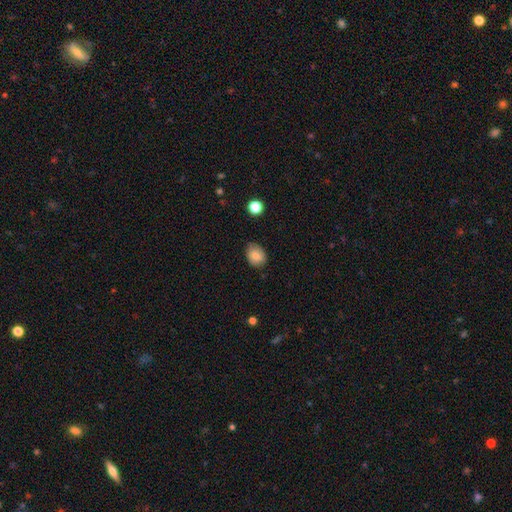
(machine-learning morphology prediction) The model was most divided on "how rounded": in between: 62%, round: 37%, cigar-shaped: 1%. More confident: smooth or featured — smooth (81%); merging — none (76%).